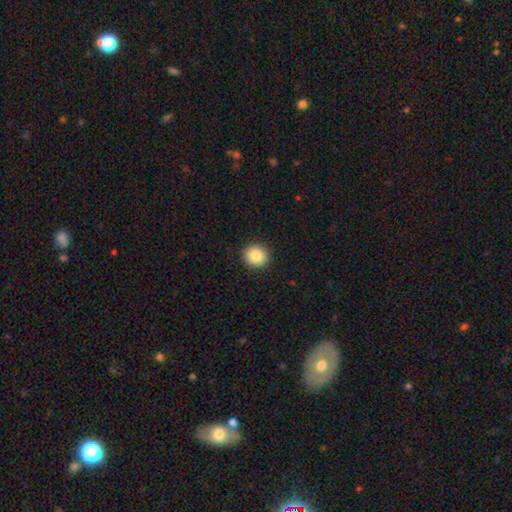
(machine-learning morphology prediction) This is clearly a smooth galaxy (87%). How rounded: clearly round (87%). Merging: clearly none (92%).